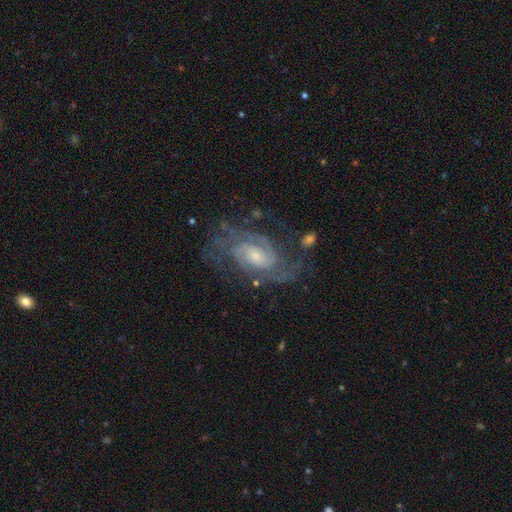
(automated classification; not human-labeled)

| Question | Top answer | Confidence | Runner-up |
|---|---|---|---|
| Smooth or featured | featured or disk | 89% | star or artifact (6%) |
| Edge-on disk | no | 97% | yes (3%) |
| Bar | no | 57% | weak (35%) |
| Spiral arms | yes | 97% | no (3%) |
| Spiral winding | tight | 54% | medium (38%) |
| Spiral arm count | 2 | 53% | can't tell (17%) |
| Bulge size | small | 64% | moderate (29%) |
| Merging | none | 68% | minor disturbance (18%) |